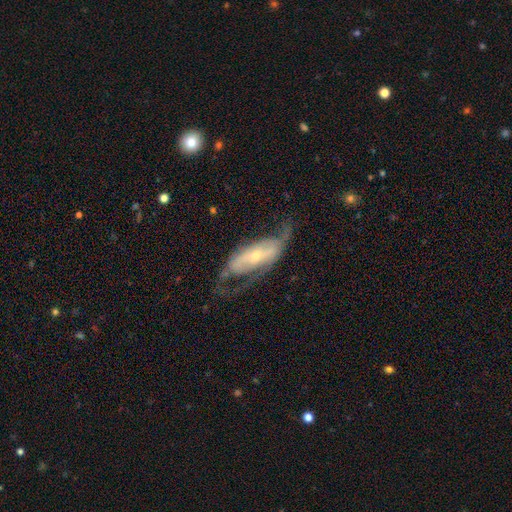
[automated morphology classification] smooth_or_featured: featured or disk (p=0.78) [alt: smooth p=0.16]
disk_edge_on: no (p=0.86) [alt: yes p=0.14]
bar: strong (p=0.39) [alt: no p=0.35]
has_spiral_arms: yes (p=0.76) [alt: no p=0.24]
spiral_winding: loose (p=0.42) [alt: medium p=0.39]
spiral_arm_count: 2 (p=0.80) [alt: can't tell p=0.12]
bulge_size: small (p=0.63) [alt: moderate p=0.33]
merging: none (p=0.52) [alt: major disturbance p=0.26]